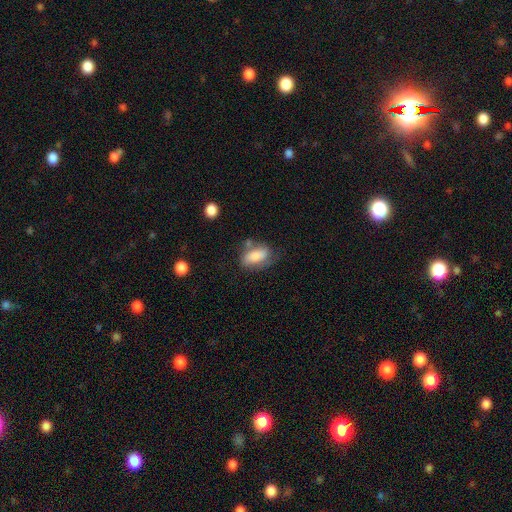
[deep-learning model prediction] Morphology: type=smooth (74%); roundness=in between (87%); merging=none (50%).